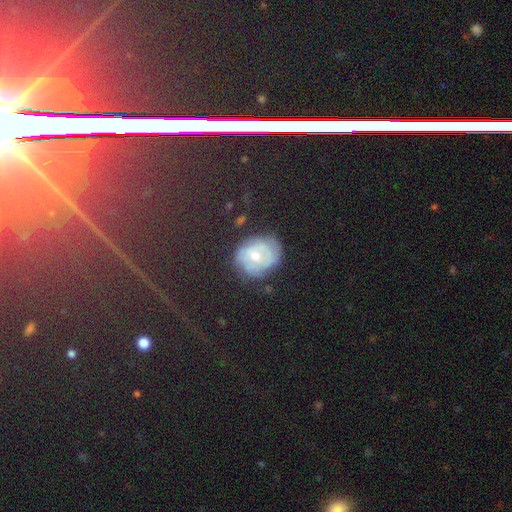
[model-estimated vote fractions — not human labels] Smooth or featured: featured or disk — 39% (smooth — 36%)
Merging: none — 65% (minor disturbance — 22%)